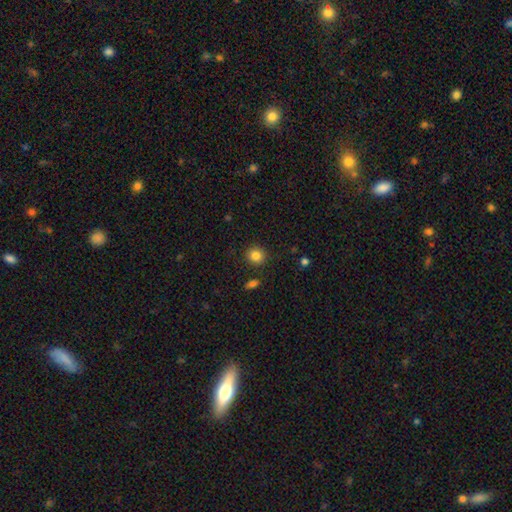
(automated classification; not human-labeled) A smooth galaxy with no disk features (84%) that is round (88%). Merging: none (89%).